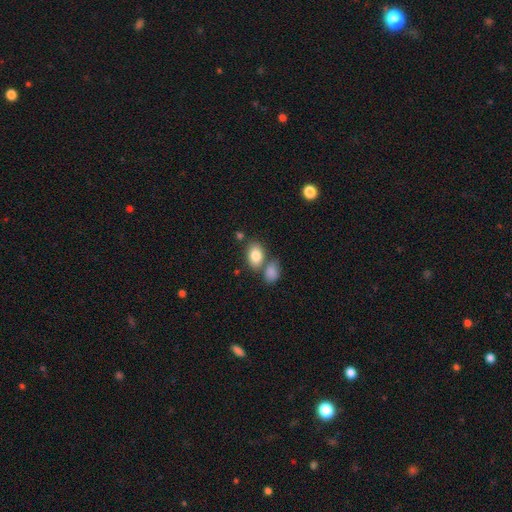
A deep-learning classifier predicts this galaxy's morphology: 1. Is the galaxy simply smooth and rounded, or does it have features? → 83% smooth, 9% featured or disk, 8% star or artifact.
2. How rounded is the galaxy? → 83% in between, 16% round, 1% cigar-shaped.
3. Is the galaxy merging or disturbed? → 54% none, 30% merger, 12% minor disturbance, 4% major disturbance.